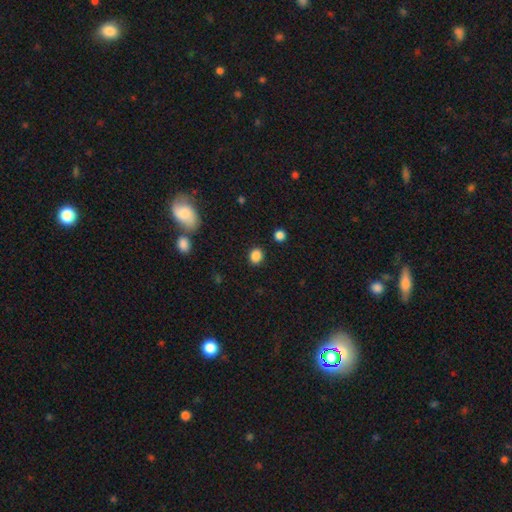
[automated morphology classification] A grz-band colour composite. It shows a smooth galaxy with no disk features (86%) that is round (61%). Merging: none (87%).